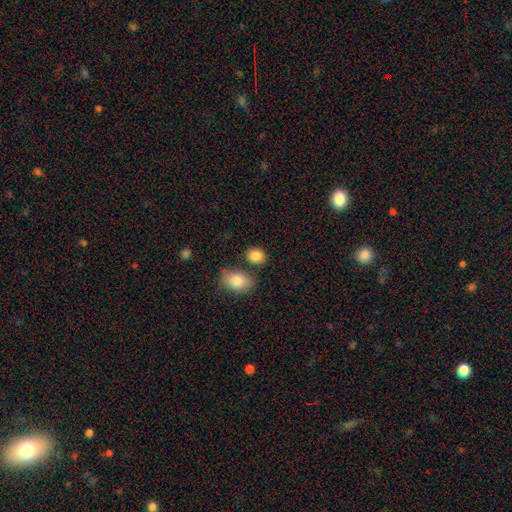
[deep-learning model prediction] Overall: smooth (86%). How rounded: round (53%; in between 46%). Merging: none (72%).